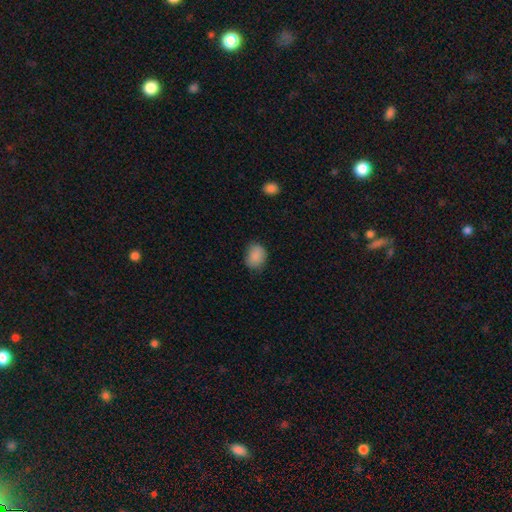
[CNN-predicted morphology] The model was most divided on "how rounded": in between: 53%, round: 46%, cigar-shaped: 1%. More confident: smooth or featured — smooth (88%); merging — none (76%).